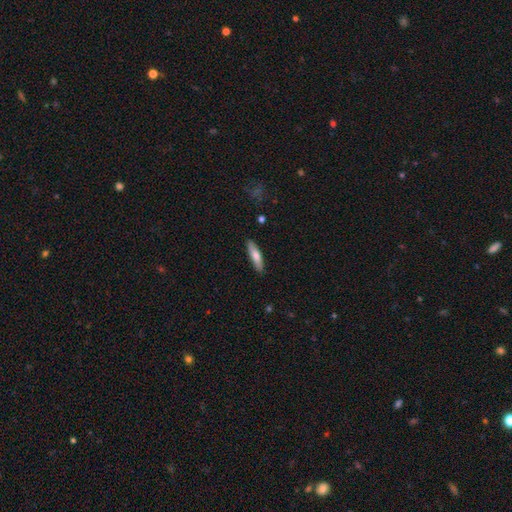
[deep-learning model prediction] This appears to be a smooth galaxy with no disk features (74%) that is cigar-shaped (72%). Merging: none (87%).